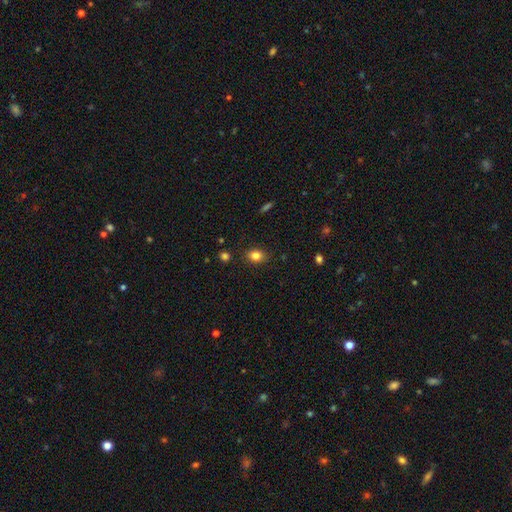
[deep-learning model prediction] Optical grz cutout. It shows a smooth galaxy with no disk features (83%) that is in between round and cigar-shaped (58%). Merging: none (86%).